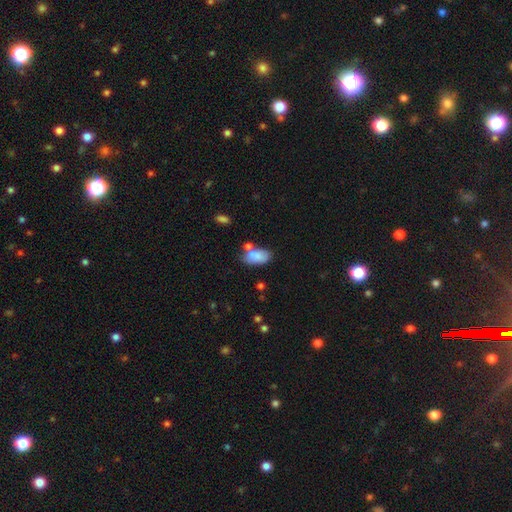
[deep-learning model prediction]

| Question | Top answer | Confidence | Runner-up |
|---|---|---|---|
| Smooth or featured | smooth | 80% | featured or disk (12%) |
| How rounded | in between | 92% | round (4%) |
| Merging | none | 50% | merger (24%) |